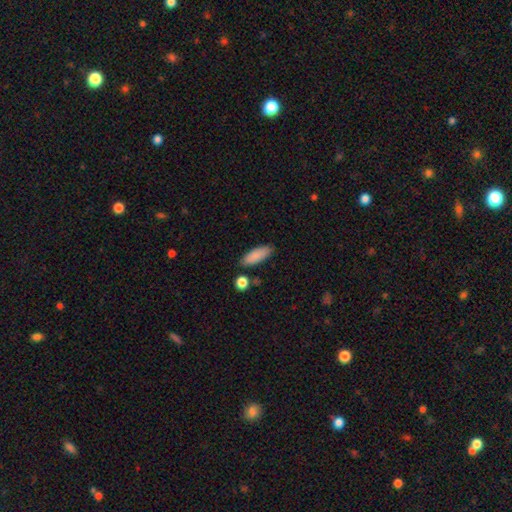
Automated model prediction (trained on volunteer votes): Smooth or featured: smooth — 87% (featured or disk — 6%)
How rounded: in between — 73% (cigar-shaped — 25%)
Merging: none — 81% (minor disturbance — 12%)